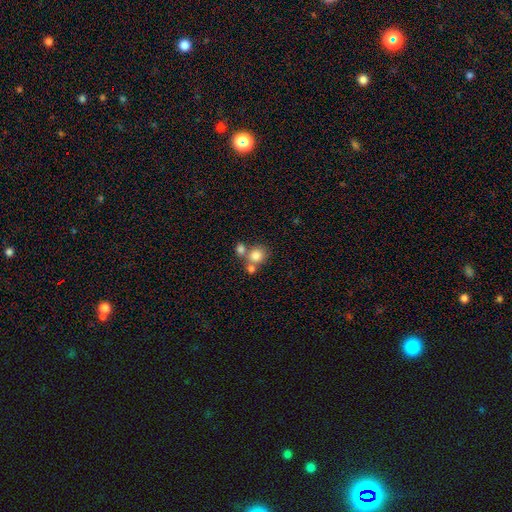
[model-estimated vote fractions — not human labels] Smooth or featured?
  - smooth: 79% *
  - star or artifact: 11%
  - featured or disk: 10%
How rounded?
  - round: 78% *
  - in between: 21%
  - cigar-shaped: 1%
Merging?
  - none: 48% *
  - merger: 39%
  - minor disturbance: 9%
  - major disturbance: 4%